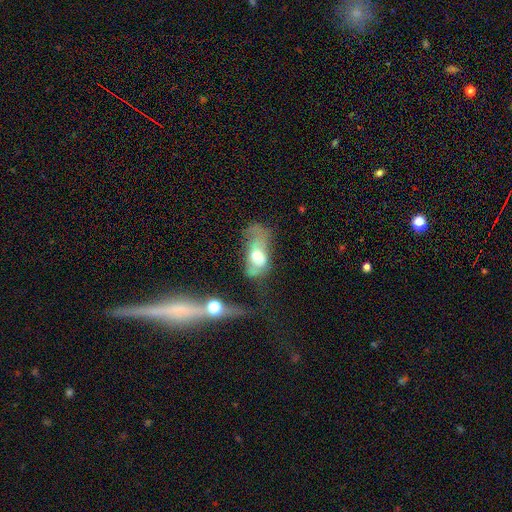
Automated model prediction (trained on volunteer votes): Smooth or featured: smooth — 47% (featured or disk — 43%)
Merging: major disturbance — 51% (minor disturbance — 18%)